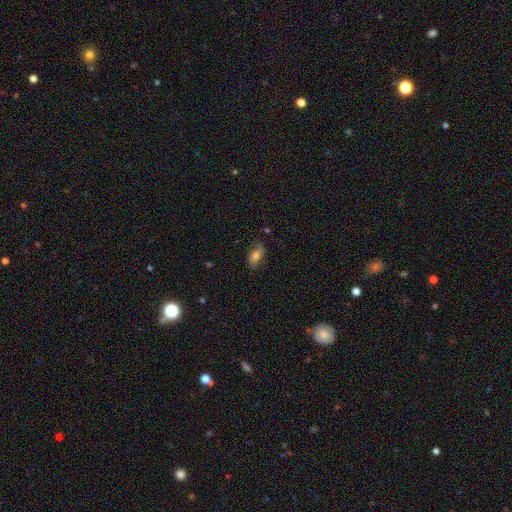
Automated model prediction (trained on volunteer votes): smooth 69%, featured or disk 21%, star or artifact 10%. Down the decision tree: how rounded — in between (86%); merging — none (74%).